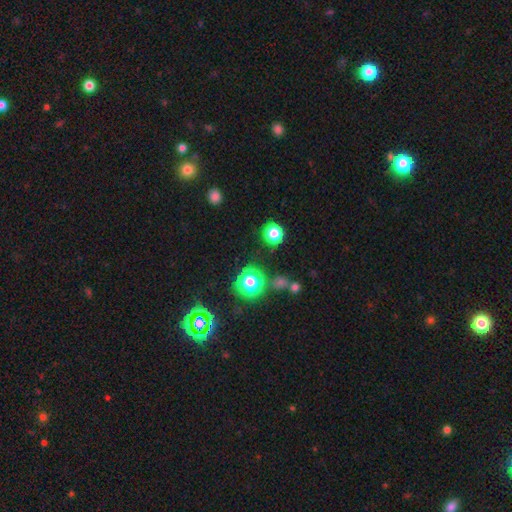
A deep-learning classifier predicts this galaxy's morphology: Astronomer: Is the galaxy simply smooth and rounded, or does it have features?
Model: star or artifact — 58% (runner-up: smooth, 33%).